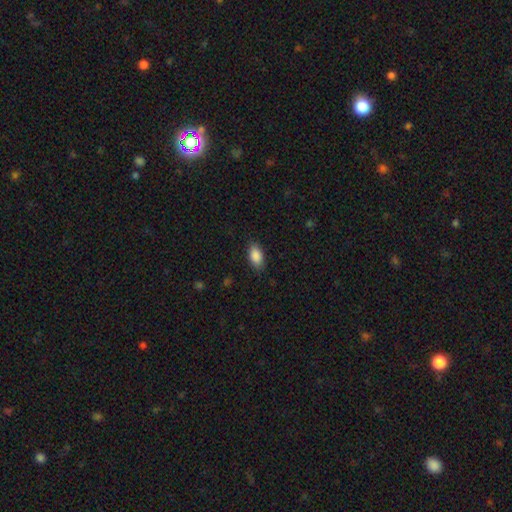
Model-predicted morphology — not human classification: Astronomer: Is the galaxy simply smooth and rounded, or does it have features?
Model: smooth — 89%.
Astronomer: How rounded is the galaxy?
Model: in between — 93%.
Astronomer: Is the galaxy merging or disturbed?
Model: none — 86%.